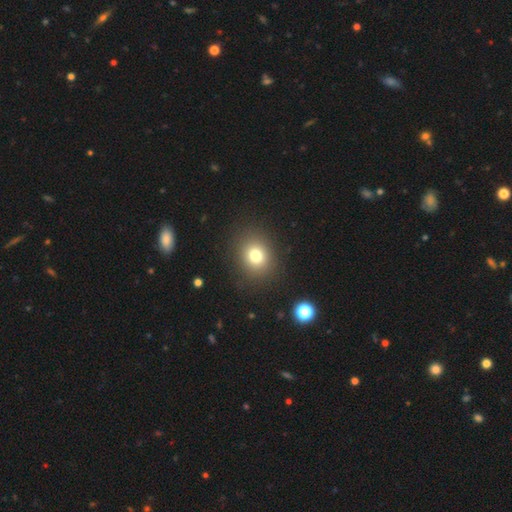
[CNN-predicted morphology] Smooth or featured? Predicted: smooth (p=0.77). How rounded? Predicted: round (p=0.69). Merging? Predicted: none (p=0.88).